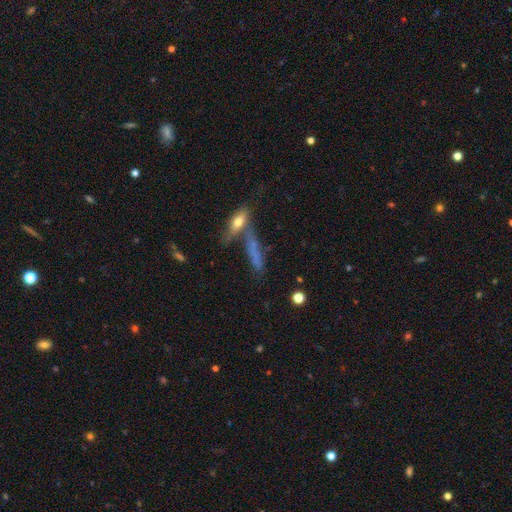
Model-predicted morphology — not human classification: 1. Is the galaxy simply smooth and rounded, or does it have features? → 45% smooth, 37% featured or disk, 18% star or artifact.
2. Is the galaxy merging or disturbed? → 51% none, 28% merger, 13% minor disturbance, 8% major disturbance.